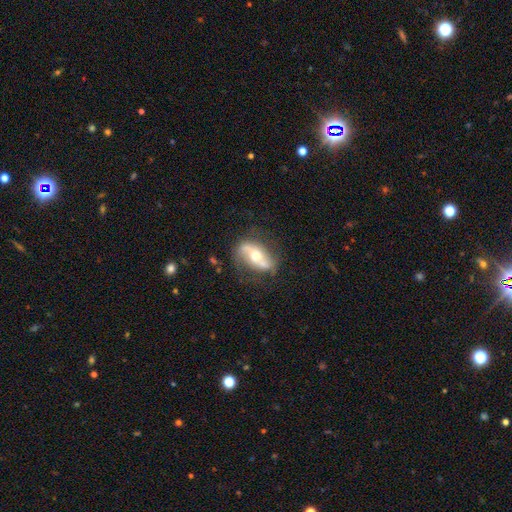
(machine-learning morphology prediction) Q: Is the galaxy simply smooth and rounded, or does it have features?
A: featured or disk — 75%.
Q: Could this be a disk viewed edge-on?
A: no — 91%.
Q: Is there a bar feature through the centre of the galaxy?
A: no — 40%.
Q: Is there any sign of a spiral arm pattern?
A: yes — 85%.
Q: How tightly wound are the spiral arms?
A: loose — 61%.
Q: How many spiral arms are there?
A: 2 — 87%.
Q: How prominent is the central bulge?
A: moderate — 70%.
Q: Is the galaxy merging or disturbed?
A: none — 67%.